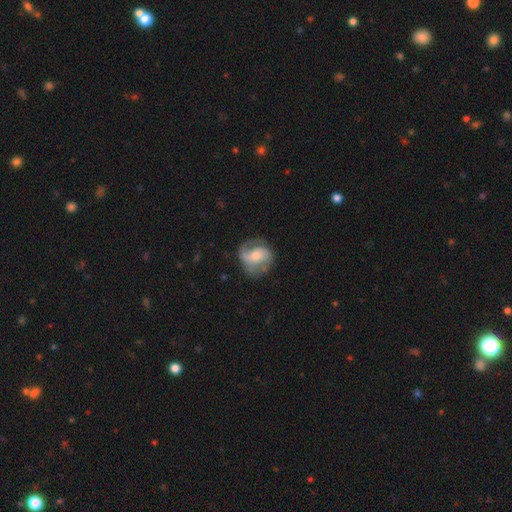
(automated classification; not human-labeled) Q: Smooth or featured?
A: featured or disk (68%); runner-up: smooth (25%)
Q: Edge-on disk?
A: no (97%); runner-up: yes (3%)
Q: Bar?
A: no (50%); runner-up: weak (34%)
Q: Spiral arms?
A: yes (87%); runner-up: no (13%)
Q: Spiral winding?
A: medium (45%); runner-up: loose (29%)
Q: Spiral arm count?
A: 2 (73%); runner-up: can't tell (11%)
Q: Bulge size?
A: moderate (50%); runner-up: small (43%)
Q: Merging?
A: none (66%); runner-up: minor disturbance (21%)